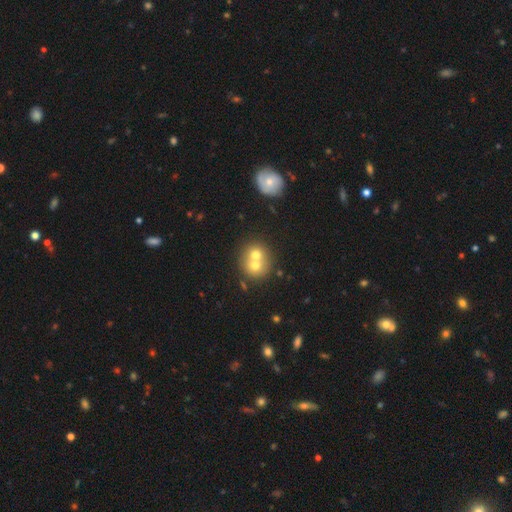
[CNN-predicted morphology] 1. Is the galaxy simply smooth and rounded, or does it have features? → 66% smooth, 24% featured or disk, 10% star or artifact.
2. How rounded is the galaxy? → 81% round, 18% in between, 1% cigar-shaped.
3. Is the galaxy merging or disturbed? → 64% merger, 29% none, 5% minor disturbance, 2% major disturbance.